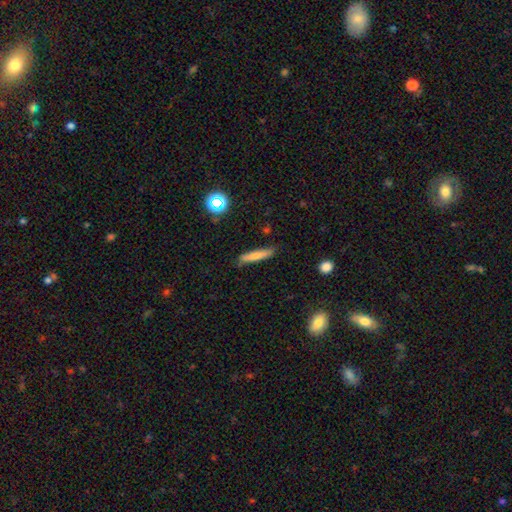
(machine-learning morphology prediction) Smooth or featured? smooth (73%)
How rounded? cigar-shaped (89%)
Merging? none (84%)